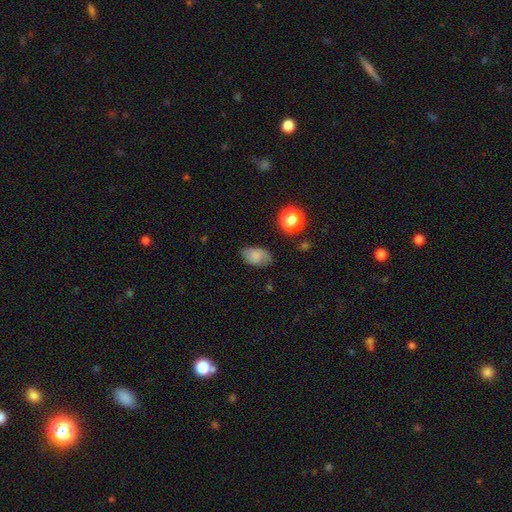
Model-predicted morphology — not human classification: Smooth or featured: smooth — 67% (featured or disk — 21%)
How rounded: in between — 86% (round — 13%)
Merging: none — 71% (minor disturbance — 22%)